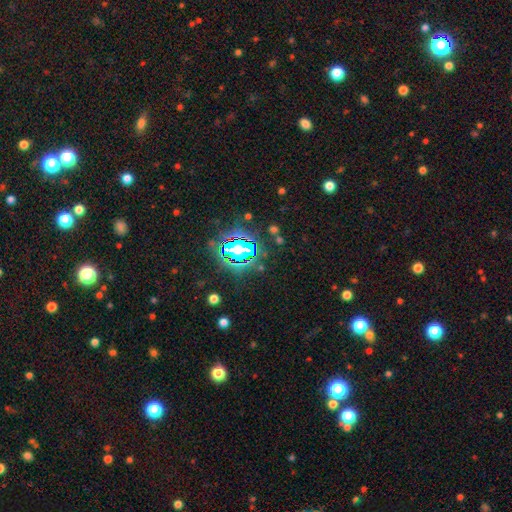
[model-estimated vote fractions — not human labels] Smooth or featured? star or artifact (81%)